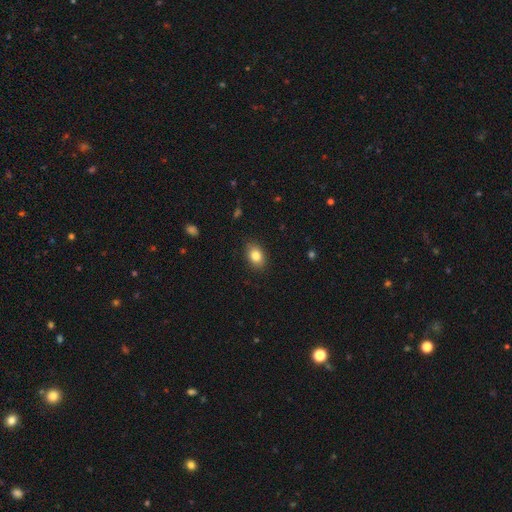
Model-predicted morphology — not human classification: smooth-or-featured: smooth: 84% | star or artifact: 8% | featured or disk: 8%
  how-rounded: in between: 79% | round: 20% | cigar-shaped: 1%
  merging: none: 86% | minor disturbance: 11% | major disturbance: 2% | merger: 1%